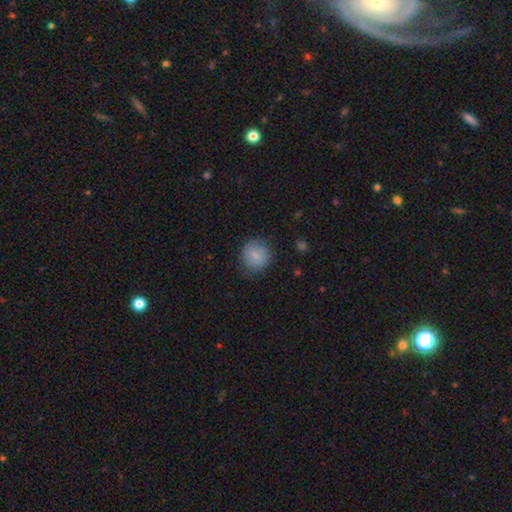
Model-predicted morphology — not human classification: smooth 83%, featured or disk 9%, star or artifact 8%. Down the decision tree: how rounded — round (89%); merging — none (78%).